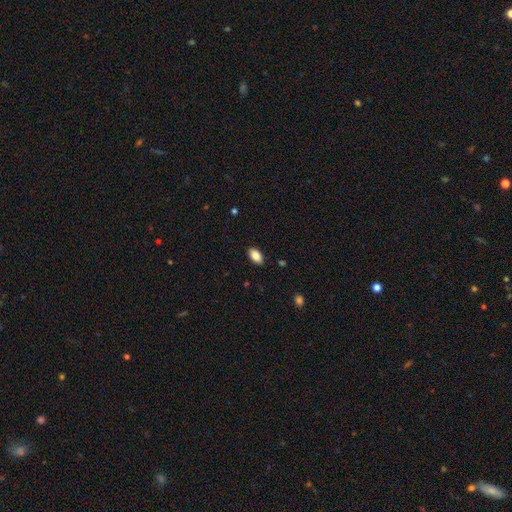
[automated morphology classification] Smooth or featured?
  - smooth: 86% *
  - star or artifact: 8%
  - featured or disk: 6%
How rounded?
  - in between: 93% *
  - round: 4%
  - cigar-shaped: 3%
Merging?
  - none: 88% *
  - minor disturbance: 9%
  - major disturbance: 2%
  - merger: 1%